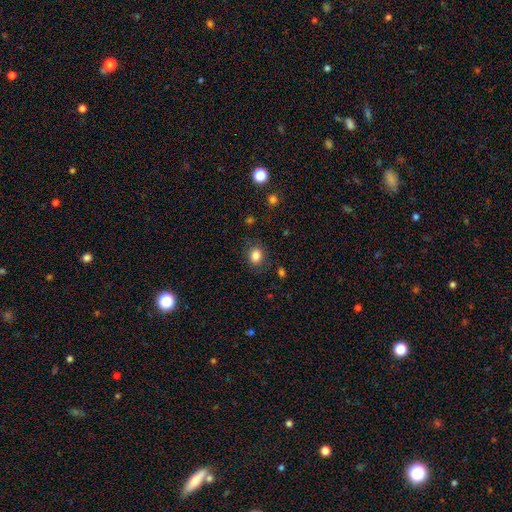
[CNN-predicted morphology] smooth 84%, star or artifact 11%, featured or disk 6%. Down the decision tree: how rounded — round (58%); merging — none (83%).